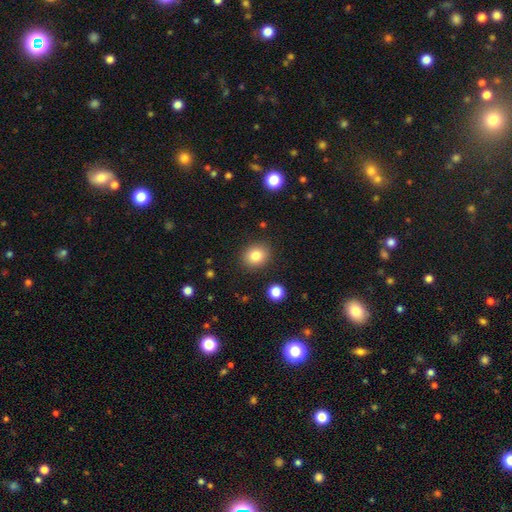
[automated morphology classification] smooth 82%, star or artifact 10%, featured or disk 7%. Down the decision tree: how rounded — round (65%); merging — none (88%).